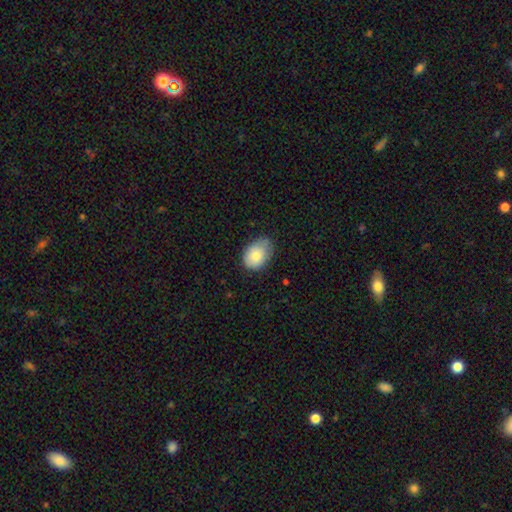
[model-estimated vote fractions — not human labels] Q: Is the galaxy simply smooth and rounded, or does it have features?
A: smooth — 82%.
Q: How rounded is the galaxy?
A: in between — 75%.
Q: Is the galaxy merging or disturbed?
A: none — 62%.